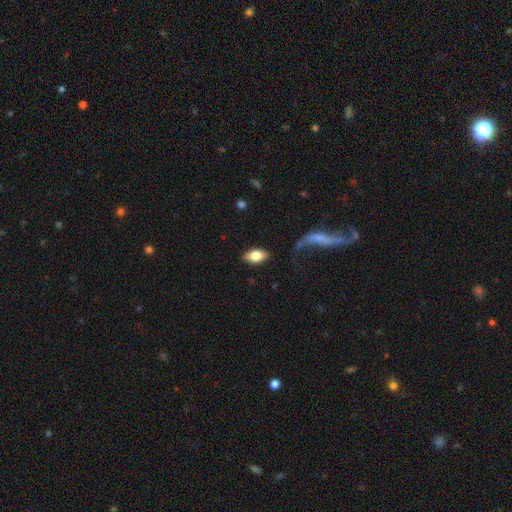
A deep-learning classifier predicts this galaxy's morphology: Smooth or featured? Predicted: smooth (p=0.74). How rounded? Predicted: in between (p=0.91). Merging? Predicted: none (p=0.83).